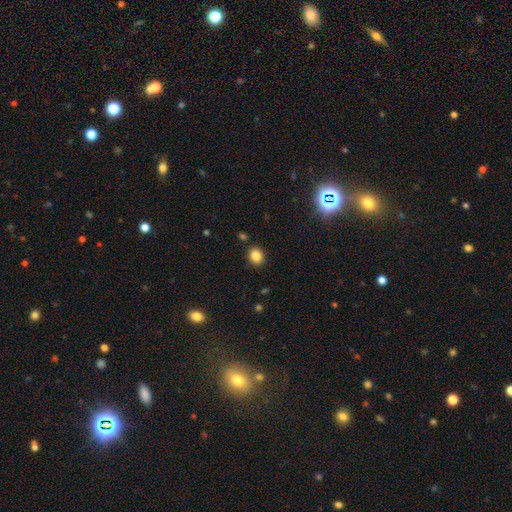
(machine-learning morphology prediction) smooth_or_featured: smooth (p=0.85) [alt: star or artifact p=0.11]
how_rounded: round (p=0.69) [alt: in between p=0.30]
merging: none (p=0.88) [alt: minor disturbance p=0.07]